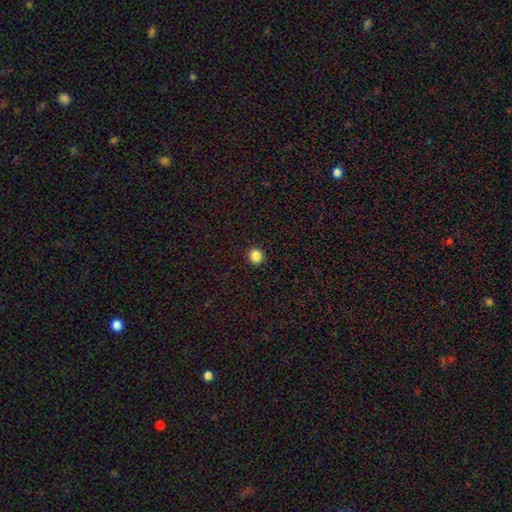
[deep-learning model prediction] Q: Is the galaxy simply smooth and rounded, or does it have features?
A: smooth — 86%.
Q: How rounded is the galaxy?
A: round — 88%.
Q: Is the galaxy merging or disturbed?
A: none — 93%.